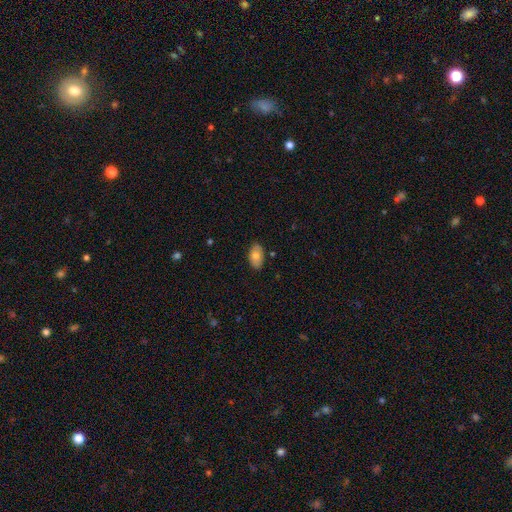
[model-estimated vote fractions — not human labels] Q: Smooth or featured?
A: smooth (74%); runner-up: featured or disk (19%)
Q: How rounded?
A: in between (94%); runner-up: round (4%)
Q: Merging?
A: none (85%); runner-up: minor disturbance (12%)